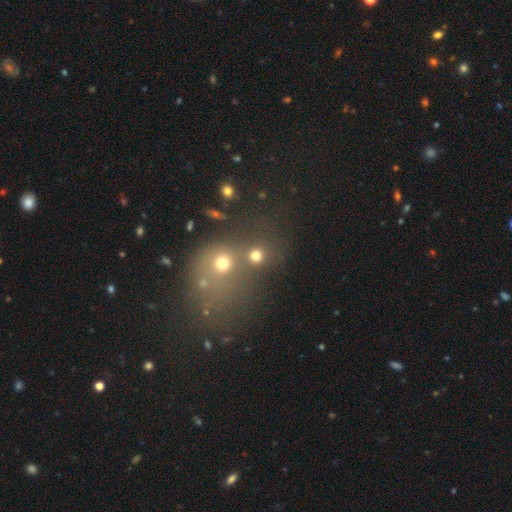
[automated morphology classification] Smooth or featured?
  - smooth: 76% *
  - star or artifact: 16%
  - featured or disk: 8%
How rounded?
  - round: 86% *
  - in between: 13%
  - cigar-shaped: 1%
Merging?
  - none: 56% *
  - merger: 32%
  - minor disturbance: 7%
  - major disturbance: 5%